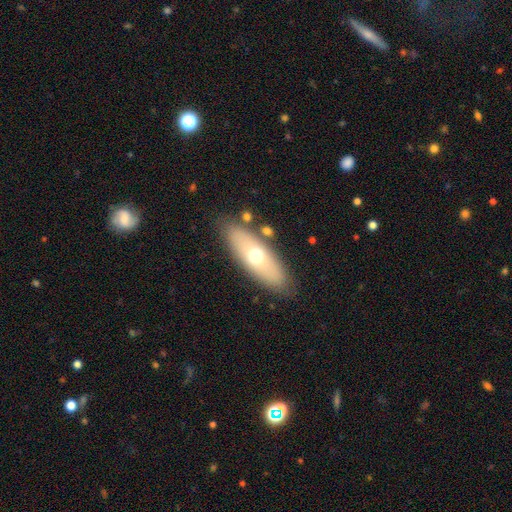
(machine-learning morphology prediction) A smooth galaxy with no disk features (59%) that is in between round and cigar-shaped (67%).

Vote fractions:
- Smooth or featured? smooth: 59% / featured or disk: 33% / star or artifact: 8%
- How rounded? in between: 67% / cigar-shaped: 29% / round: 4%
- Merging? none: 82% / minor disturbance: 10% / major disturbance: 4% / merger: 4%